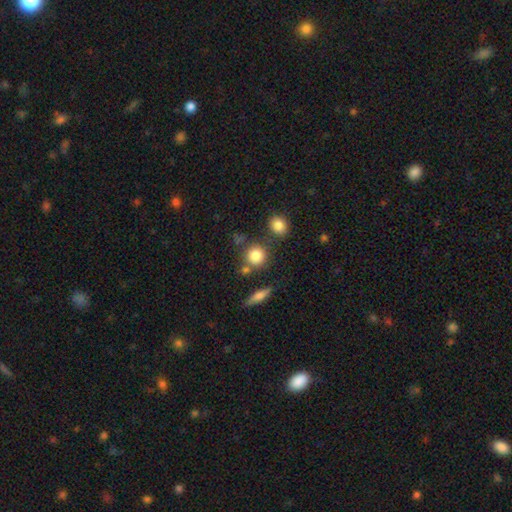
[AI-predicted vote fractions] A smooth galaxy with no disk features (82%) that is round (87%).

Vote fractions:
- Smooth or featured? smooth: 82% / star or artifact: 10% / featured or disk: 8%
- How rounded? round: 87% / in between: 11% / cigar-shaped: 2%
- Merging? none: 70% / merger: 15% / minor disturbance: 10% / major disturbance: 4%